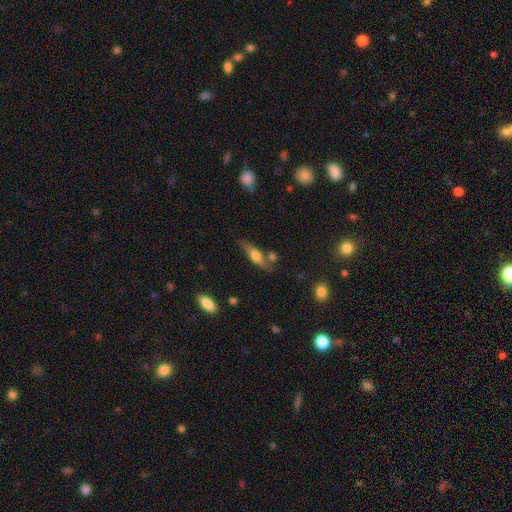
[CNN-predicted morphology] type=featured or disk (50%); merging=none (64%).